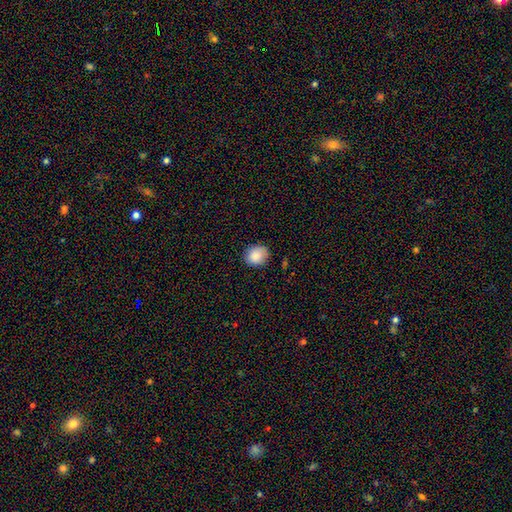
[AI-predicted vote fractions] Morphology: type=smooth (88%); roundness=round (64%); merging=none (83%).